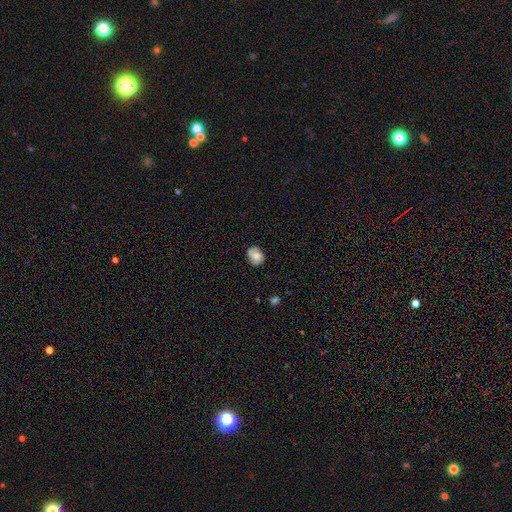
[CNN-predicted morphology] This appears to be a smooth galaxy with no disk features (65%) that is round (56%). Merging: none (72%).